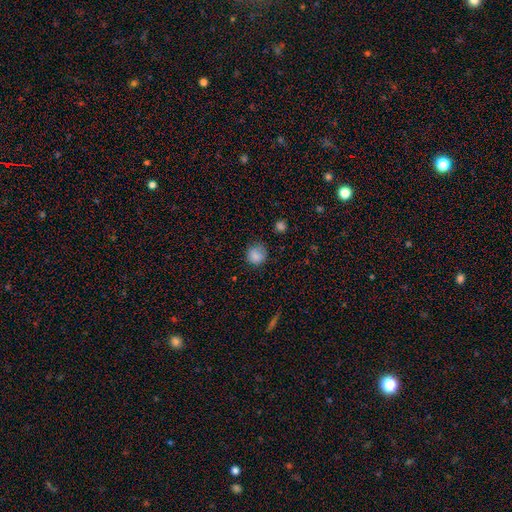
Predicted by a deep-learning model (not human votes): This is clearly a smooth galaxy (84%). How rounded: clearly round (88%). Merging: likely none (76%).